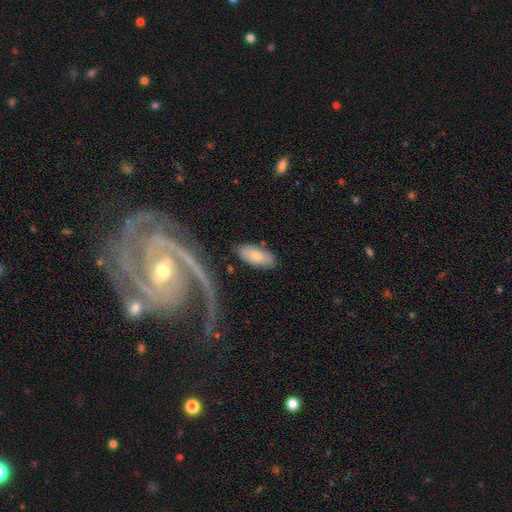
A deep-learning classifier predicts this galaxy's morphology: Overall: smooth (75%). How rounded: in between (87%). Merging: none (80%).